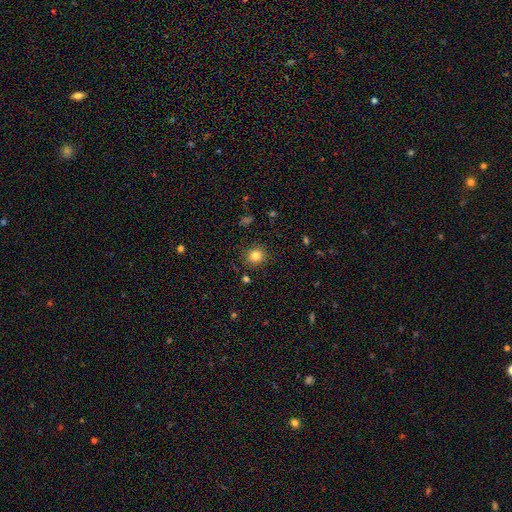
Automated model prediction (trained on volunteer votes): Smooth or featured: smooth — 81% (star or artifact — 12%)
How rounded: round — 84% (in between — 15%)
Merging: none — 88% (minor disturbance — 8%)